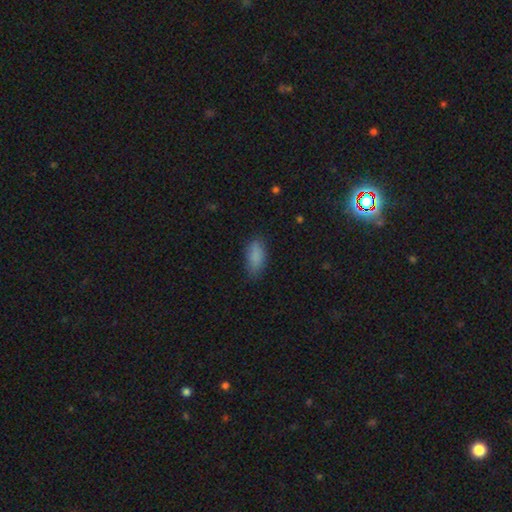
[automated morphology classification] Q: Smooth or featured?
A: smooth (85%); runner-up: star or artifact (9%)
Q: How rounded?
A: in between (86%); runner-up: cigar-shaped (11%)
Q: Merging?
A: none (74%); runner-up: minor disturbance (20%)